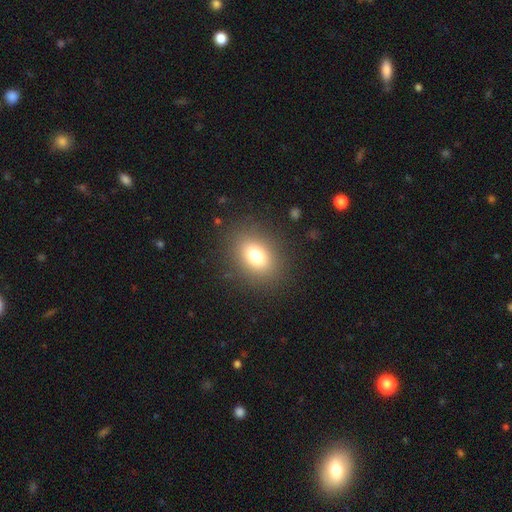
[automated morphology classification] Smooth or featured?
  - smooth: 76% *
  - star or artifact: 13%
  - featured or disk: 12%
How rounded?
  - in between: 65% *
  - round: 34%
  - cigar-shaped: 1%
Merging?
  - none: 86% *
  - minor disturbance: 9%
  - major disturbance: 5%
  - merger: 1%